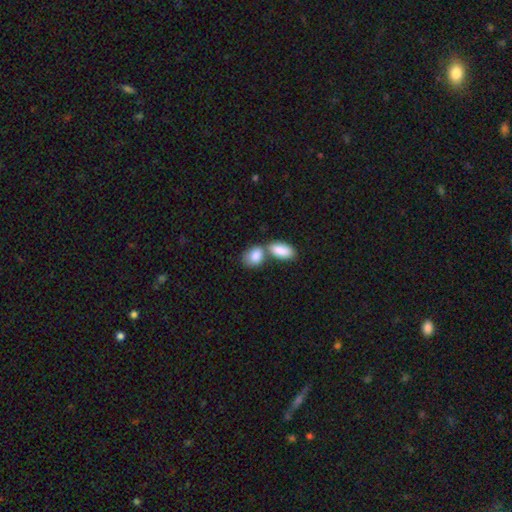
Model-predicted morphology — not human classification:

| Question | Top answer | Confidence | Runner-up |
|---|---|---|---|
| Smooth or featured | smooth | 86% | featured or disk (8%) |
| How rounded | in between | 82% | round (16%) |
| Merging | merger | 56% | none (31%) |